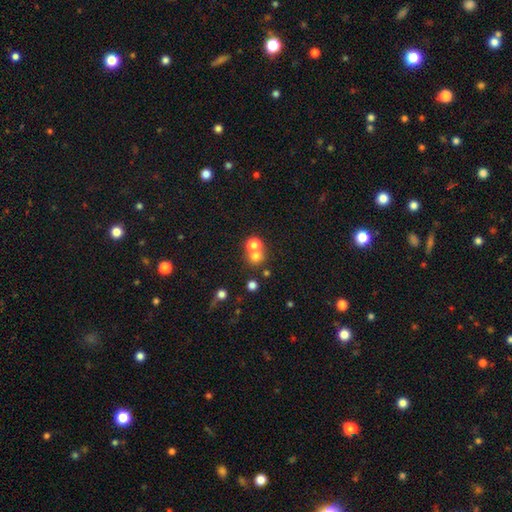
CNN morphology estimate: A smooth galaxy with no disk features (71%) that is round (86%). Merging: none (50%).